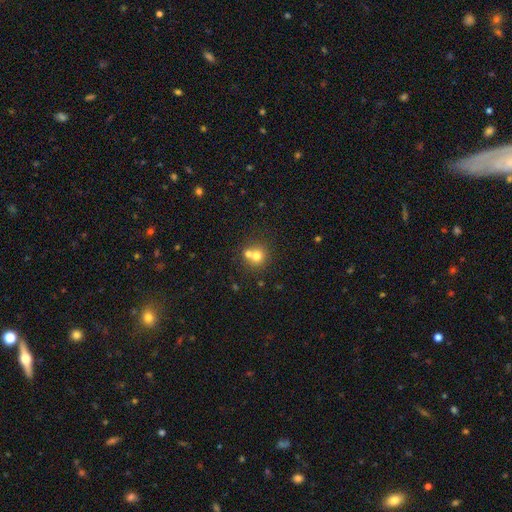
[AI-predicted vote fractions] Smooth or featured? Predicted: smooth (p=0.70). How rounded? Predicted: round (p=0.87). Merging? Predicted: merger (p=0.46).